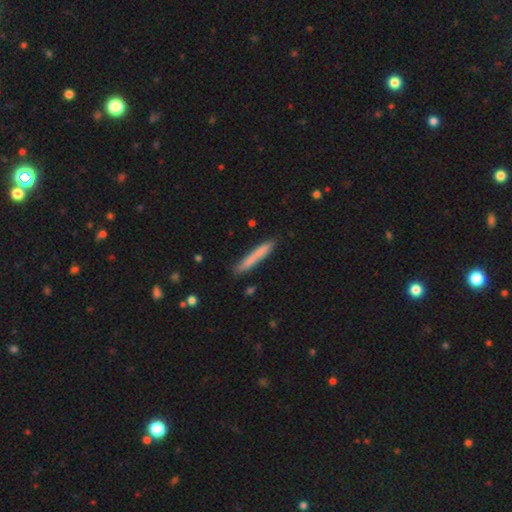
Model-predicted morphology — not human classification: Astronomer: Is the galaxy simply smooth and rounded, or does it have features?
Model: smooth — 75%.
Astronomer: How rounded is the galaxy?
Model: cigar-shaped — 96%.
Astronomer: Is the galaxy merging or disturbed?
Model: none — 86%.